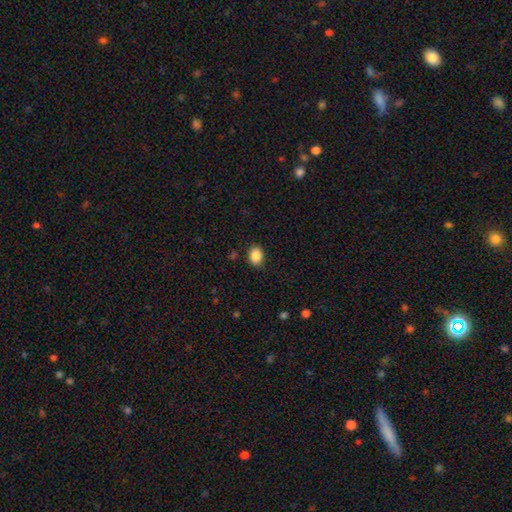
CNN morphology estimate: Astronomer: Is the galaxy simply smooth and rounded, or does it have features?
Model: smooth — 87%.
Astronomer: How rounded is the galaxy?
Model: in between — 55% (runner-up: round, 44%).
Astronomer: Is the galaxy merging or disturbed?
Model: none — 86%.